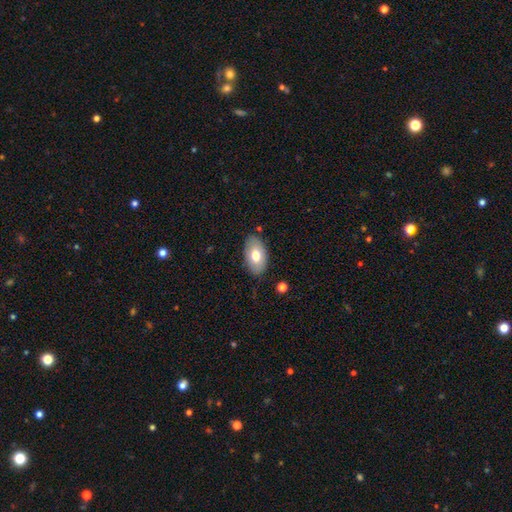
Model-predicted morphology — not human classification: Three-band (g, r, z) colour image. It shows a smooth galaxy with no disk features (72%) that is in between round and cigar-shaped (93%). Merging: none (83%).